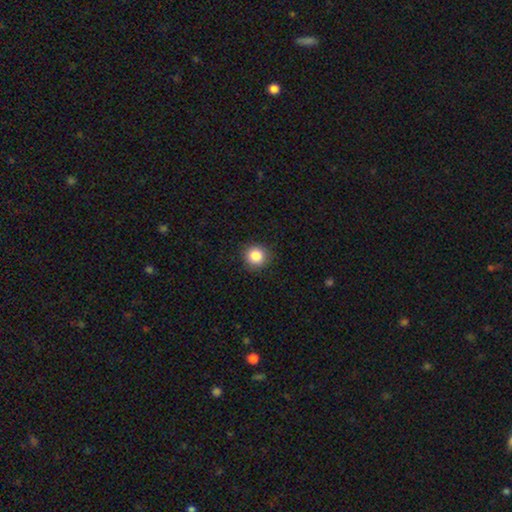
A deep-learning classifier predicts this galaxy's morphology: Overall: smooth (86%). How rounded: round (92%). Merging: none (89%).